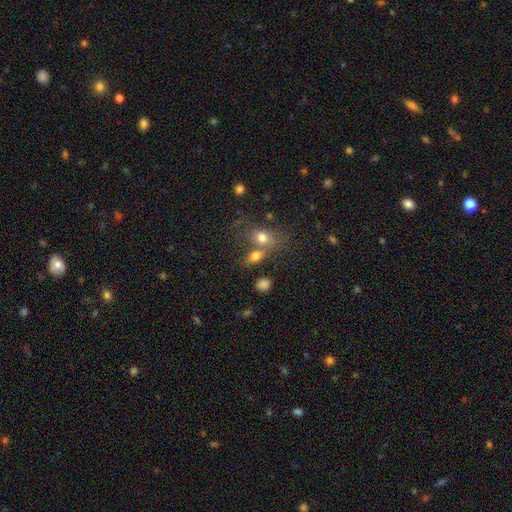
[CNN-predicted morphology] smooth 76%, star or artifact 12%, featured or disk 12%. Down the decision tree: how rounded — in between (66%); merging — merger (47%).